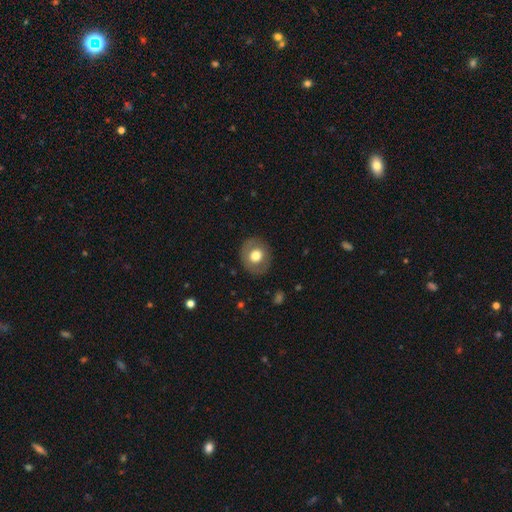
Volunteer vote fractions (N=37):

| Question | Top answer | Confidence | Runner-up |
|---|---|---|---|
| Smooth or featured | smooth | 65% | featured or disk (35%) |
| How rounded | round | 83% | in between (17%) |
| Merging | none | 86% | minor disturbance (8%) |